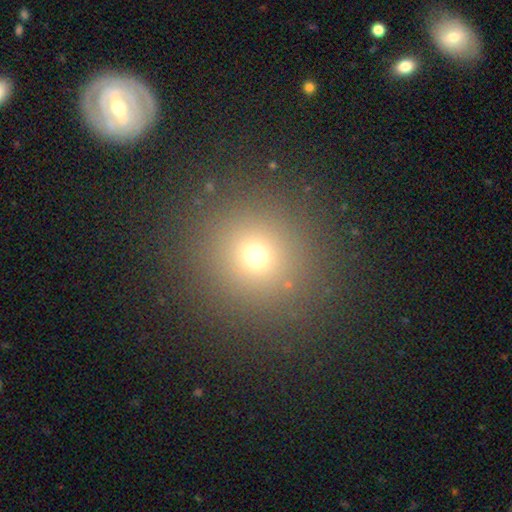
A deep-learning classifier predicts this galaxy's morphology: This is likely a smooth galaxy (68%). How rounded: clearly round (91%). Merging: clearly none (88%).